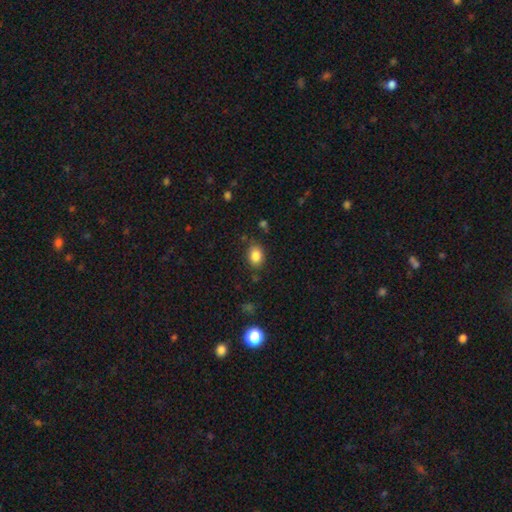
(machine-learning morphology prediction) Overall: smooth (84%). How rounded: in between (66%; round 33%). Merging: none (78%).